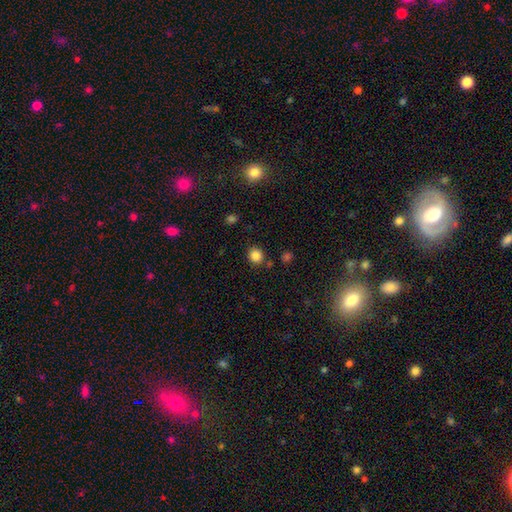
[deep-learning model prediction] This is clearly a smooth galaxy (84%). How rounded: clearly round (87%). Merging: clearly none (83%).